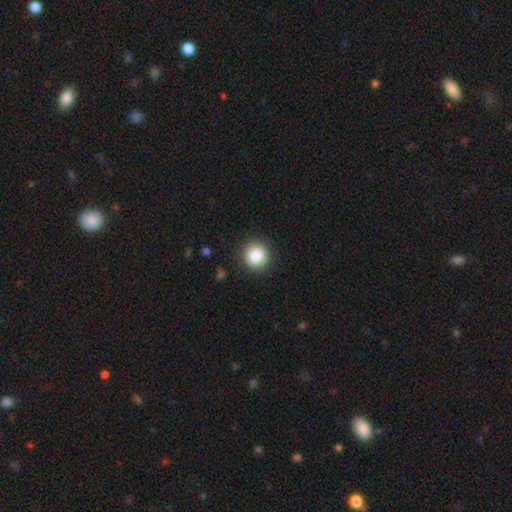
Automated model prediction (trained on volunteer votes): smooth 85%, star or artifact 9%, featured or disk 5%. Down the decision tree: how rounded — round (92%); merging — none (90%).